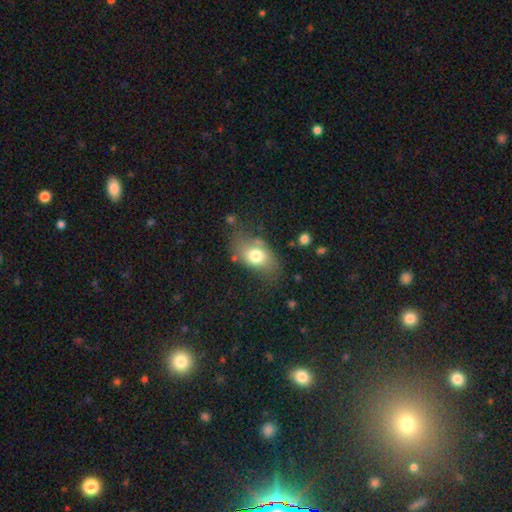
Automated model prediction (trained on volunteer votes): smooth_or_featured: smooth (p=0.71) [alt: featured or disk p=0.20]
how_rounded: in between (p=0.82) [alt: round p=0.16]
merging: none (p=0.59) [alt: minor disturbance p=0.25]